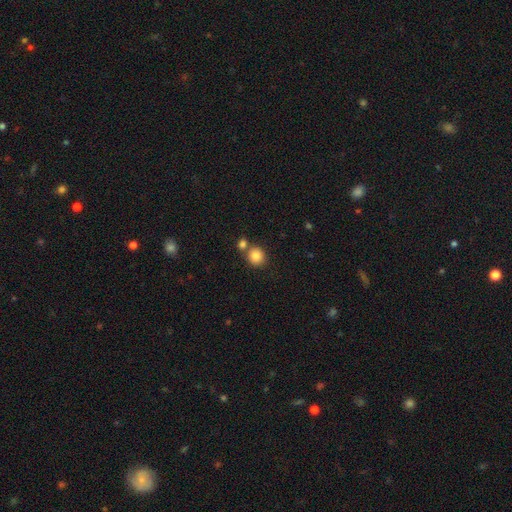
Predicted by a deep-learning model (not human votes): Q: Smooth or featured?
A: smooth (84%); runner-up: star or artifact (10%)
Q: How rounded?
A: round (86%); runner-up: in between (13%)
Q: Merging?
A: none (64%); runner-up: merger (26%)